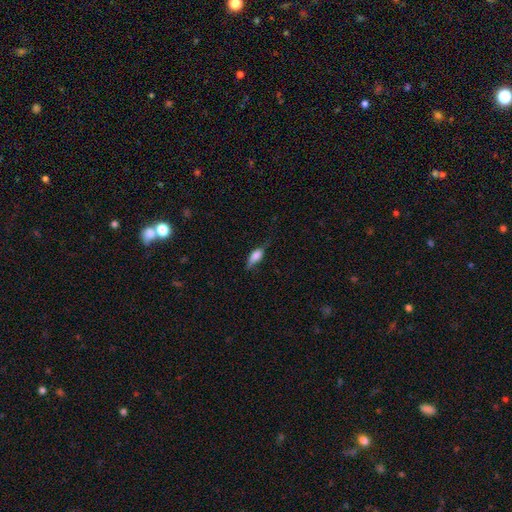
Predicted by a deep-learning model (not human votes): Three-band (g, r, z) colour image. It shows a smooth galaxy with no disk features (71%) that is in between round and cigar-shaped (73%). Merging: none (56%).